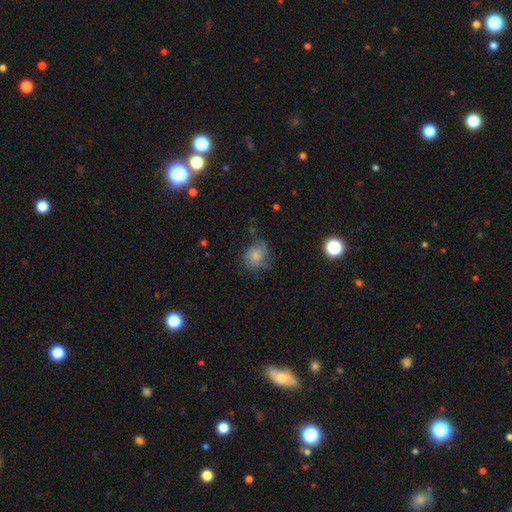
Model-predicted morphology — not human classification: Smooth or featured? smooth (57%)
How rounded? round (50%)
Merging? none (54%)